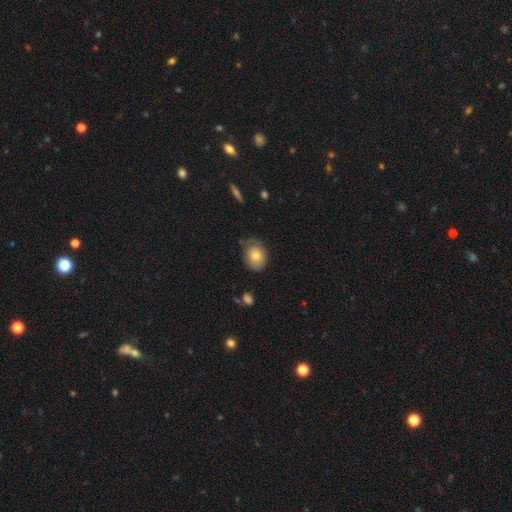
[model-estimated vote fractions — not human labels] Morphology: type=smooth (73%); roundness=in between (56%); merging=none (63%).